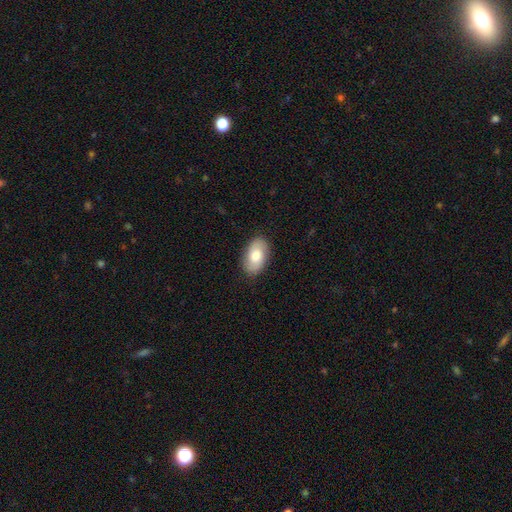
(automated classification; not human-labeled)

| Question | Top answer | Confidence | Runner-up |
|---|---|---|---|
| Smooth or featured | smooth | 68% | featured or disk (26%) |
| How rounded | in between | 93% | round (5%) |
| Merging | none | 86% | minor disturbance (10%) |